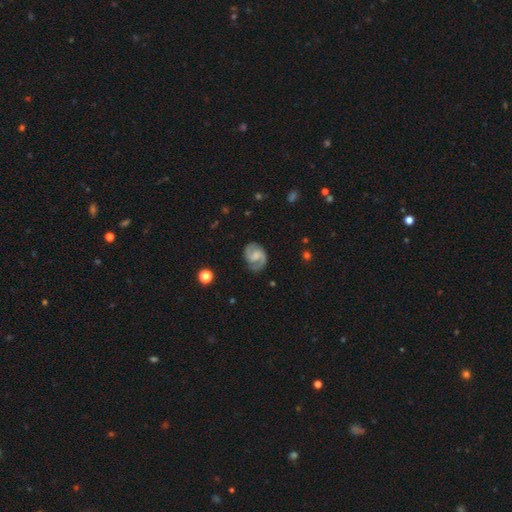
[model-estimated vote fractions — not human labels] Smooth or featured?
  - featured or disk: 86% *
  - smooth: 9%
  - star or artifact: 5%
Edge-on disk?
  - no: 98% *
  - yes: 2%
Bar?
  - weak: 48% *
  - no: 39%
  - strong: 13%
Spiral arms?
  - yes: 97% *
  - no: 3%
Spiral winding?
  - medium: 57% *
  - tight: 28%
  - loose: 15%
Spiral arm count?
  - 2: 92% *
  - can't tell: 3%
  - 1: 2%
  - 3: 1%
  - 4: 1%
  - more than 4: 1%
Bulge size?
  - none: 38% *
  - small: 28%
  - moderate: 25%
  - large: 7%
  - dominant: 2%
Merging?
  - none: 80% *
  - minor disturbance: 14%
  - major disturbance: 4%
  - merger: 1%